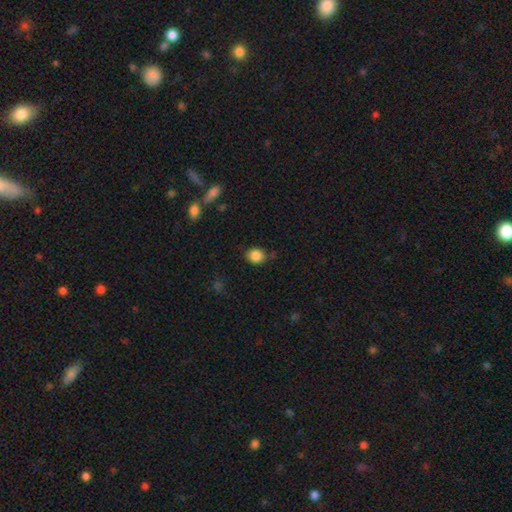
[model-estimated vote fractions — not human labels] Smooth or featured: smooth — 86% (star or artifact — 9%)
How rounded: round — 66% (in between — 33%)
Merging: none — 74% (minor disturbance — 19%)